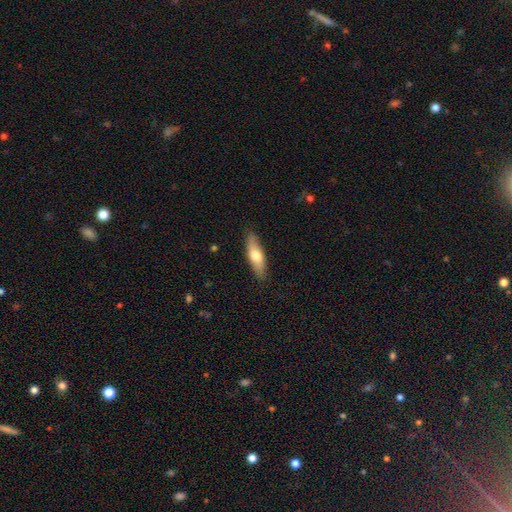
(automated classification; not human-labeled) A smooth galaxy with no disk features (67%) that is cigar-shaped (58%).

Vote fractions:
- Smooth or featured? smooth: 67% / featured or disk: 28% / star or artifact: 5%
- How rounded? cigar-shaped: 58% / in between: 40% / round: 2%
- Merging? none: 87% / minor disturbance: 10% / major disturbance: 2% / merger: 1%